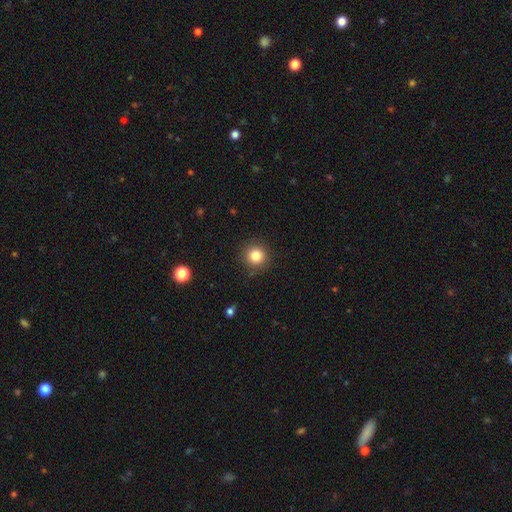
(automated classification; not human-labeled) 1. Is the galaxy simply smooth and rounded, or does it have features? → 83% smooth, 12% star or artifact, 6% featured or disk.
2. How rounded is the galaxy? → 94% round, 5% in between, 1% cigar-shaped.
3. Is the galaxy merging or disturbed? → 89% none, 7% minor disturbance, 2% major disturbance, 1% merger.